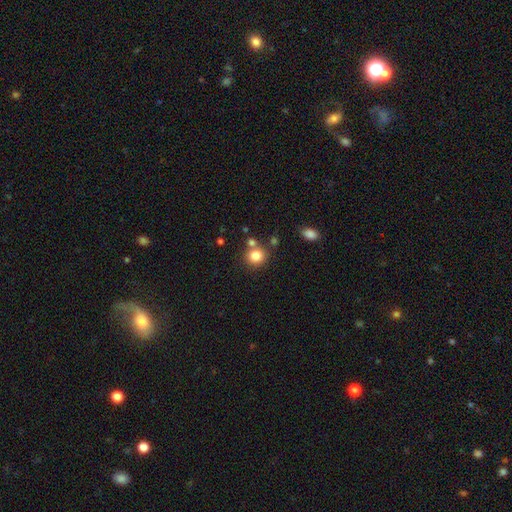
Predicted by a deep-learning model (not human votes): This appears to be a smooth galaxy with no disk features (82%) that is round (86%). Merging: none (70%).